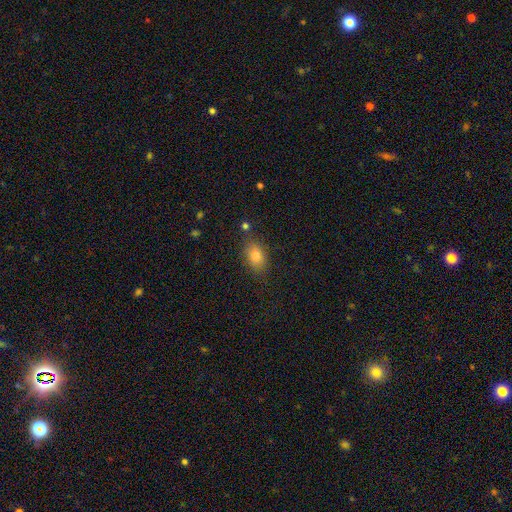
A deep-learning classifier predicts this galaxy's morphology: Smooth or featured?
  - smooth: 79% *
  - star or artifact: 11%
  - featured or disk: 9%
How rounded?
  - in between: 82% *
  - round: 15%
  - cigar-shaped: 3%
Merging?
  - none: 80% *
  - minor disturbance: 13%
  - merger: 4%
  - major disturbance: 3%